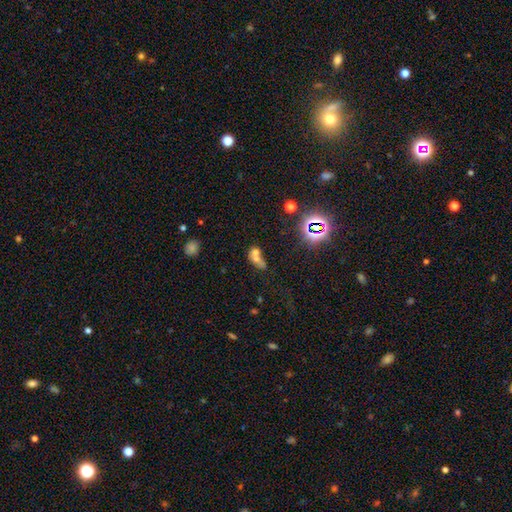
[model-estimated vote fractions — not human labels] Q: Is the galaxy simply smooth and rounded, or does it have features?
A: smooth — 57%.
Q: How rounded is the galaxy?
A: in between — 58%.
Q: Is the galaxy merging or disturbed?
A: merger — 66%.